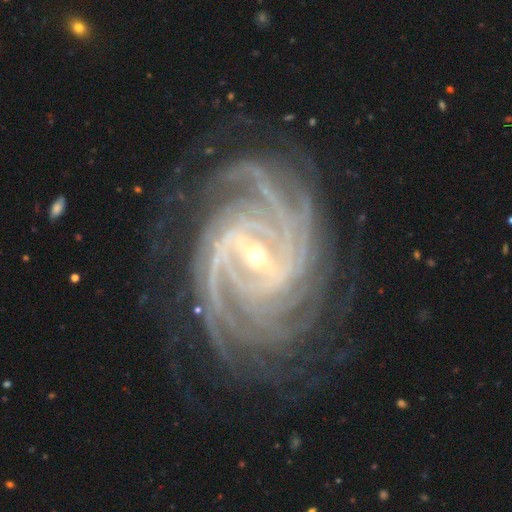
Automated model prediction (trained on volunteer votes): Overall: featured or disk (93%). Edge-on disk: no (97%). Bar: strong (56%; weak 34%). Spiral arms: yes (99%). Spiral arm count: more than 4 (29%, tied with 4). Spiral winding: tight (75%). Bulge size: small (69%). Merging: none (78%).